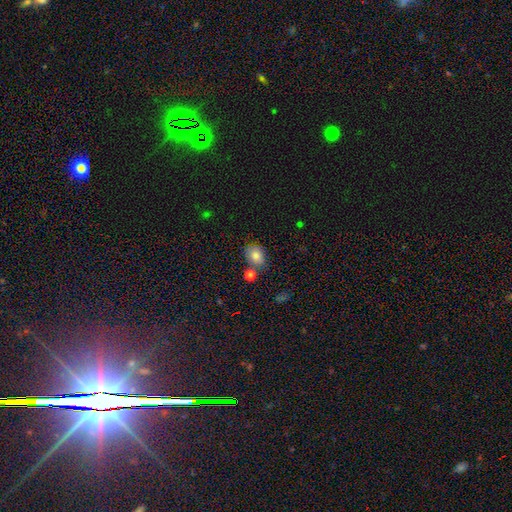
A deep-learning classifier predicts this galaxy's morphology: A smooth galaxy with no disk features (81%) that is in between round and cigar-shaped (64%). Merging: none (62%).